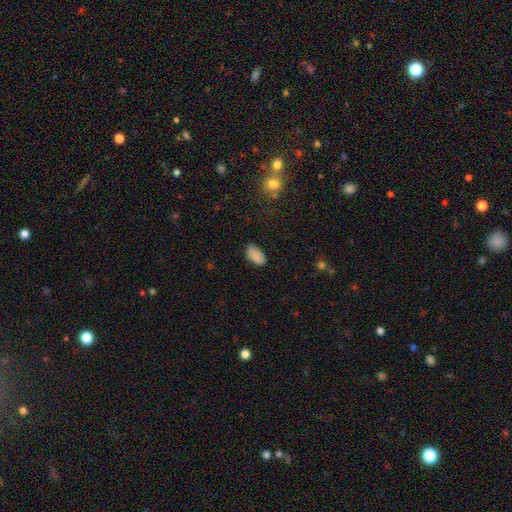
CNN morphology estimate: A smooth galaxy with no disk features (87%) that is in between round and cigar-shaped (94%).

Vote fractions:
- Smooth or featured? smooth: 87% / star or artifact: 9% / featured or disk: 4%
- How rounded? in between: 94% / round: 4% / cigar-shaped: 2%
- Merging? none: 77% / minor disturbance: 18% / major disturbance: 4% / merger: 1%